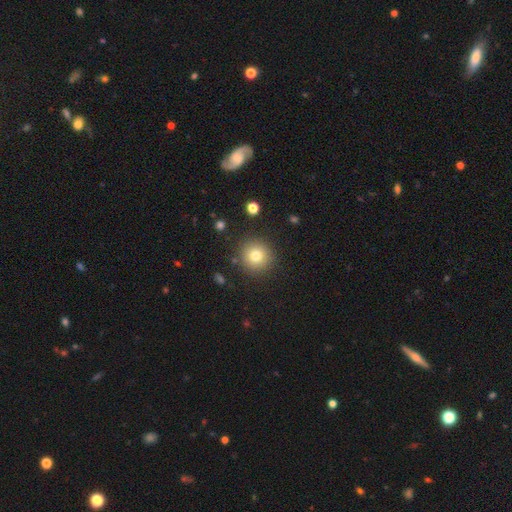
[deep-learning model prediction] Q: Smooth or featured?
A: smooth (78%); runner-up: star or artifact (12%)
Q: How rounded?
A: round (95%); runner-up: in between (5%)
Q: Merging?
A: none (89%); runner-up: minor disturbance (7%)